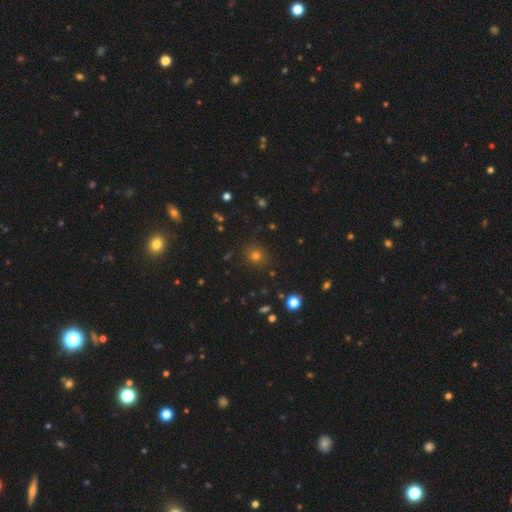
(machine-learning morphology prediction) This appears to be a smooth galaxy with no disk features (71%) that is round (87%). Merging: none (88%).